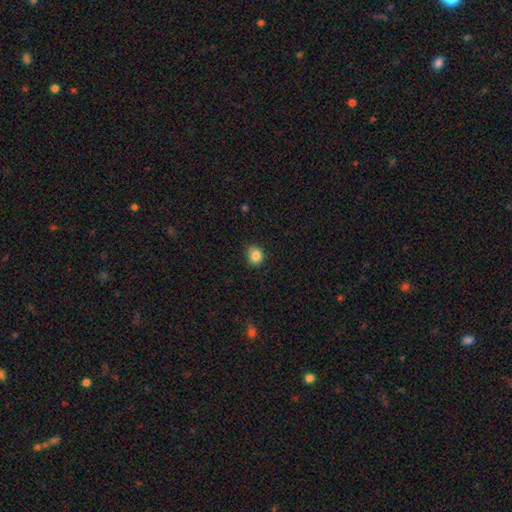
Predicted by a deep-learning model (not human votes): smooth-or-featured: smooth: 85% | star or artifact: 10% | featured or disk: 5%
  how-rounded: round: 76% | in between: 23% | cigar-shaped: 1%
  merging: none: 80% | minor disturbance: 17% | major disturbance: 3% | merger: 1%